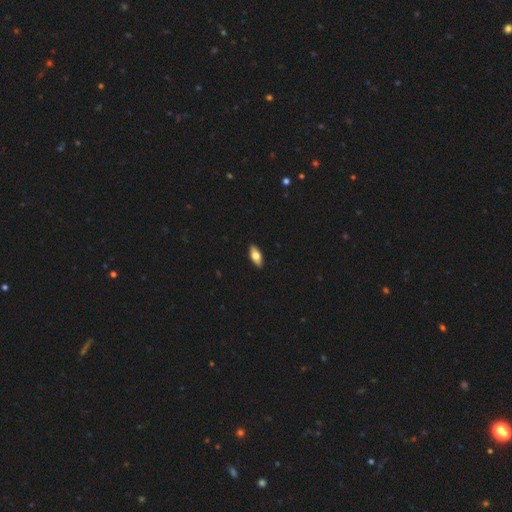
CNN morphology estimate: smooth_or_featured: smooth (p=0.71) [alt: featured or disk p=0.23]
how_rounded: in between (p=0.84) [alt: cigar-shaped p=0.13]
merging: none (p=0.91) [alt: minor disturbance p=0.07]